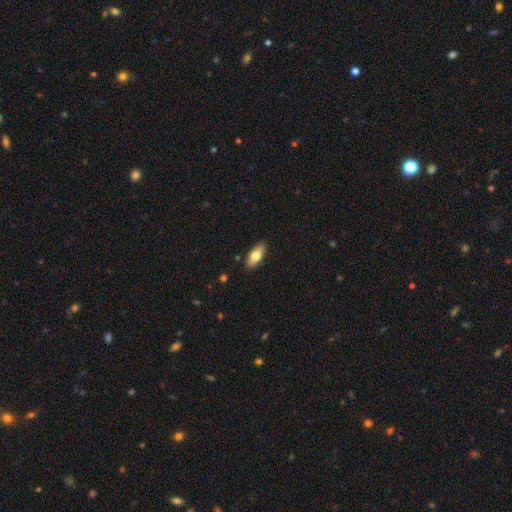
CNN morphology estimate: Smooth or featured? Predicted: smooth (p=0.71). How rounded? Predicted: in between (p=0.80). Merging? Predicted: none (p=0.89).